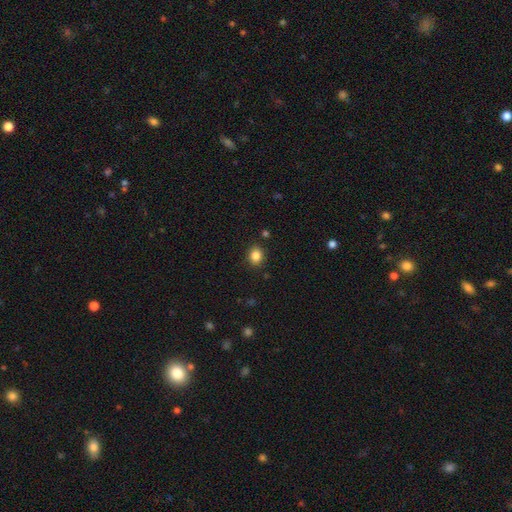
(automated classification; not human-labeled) A smooth galaxy with no disk features (85%) that is round (61%). Merging: none (88%).